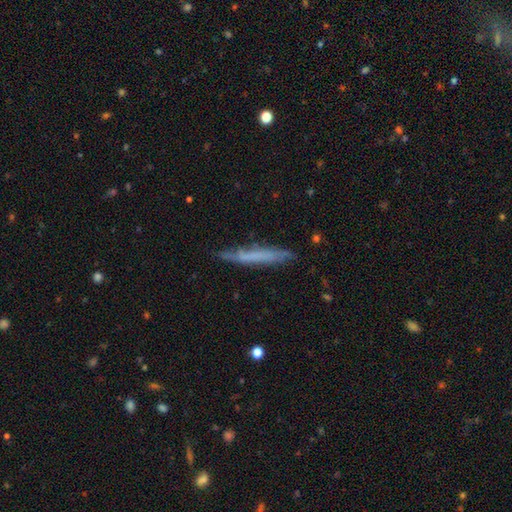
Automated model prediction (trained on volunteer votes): Smooth or featured?
  - smooth: 51% *
  - featured or disk: 41%
  - star or artifact: 7%
How rounded?
  - cigar-shaped: 95% *
  - in between: 3%
  - round: 1%
Merging?
  - none: 79% *
  - minor disturbance: 17%
  - major disturbance: 3%
  - merger: 2%